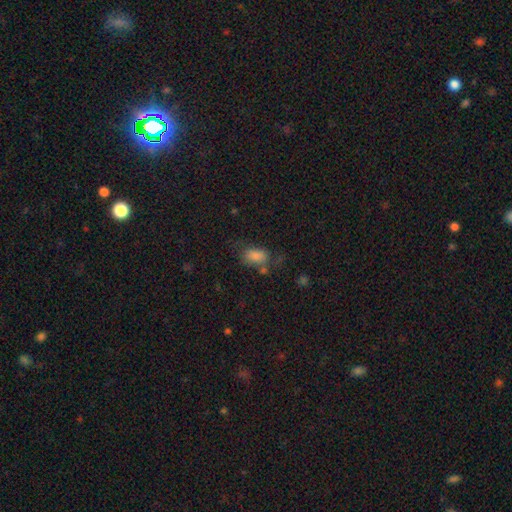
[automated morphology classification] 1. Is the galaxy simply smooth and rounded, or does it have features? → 79% smooth, 13% star or artifact, 9% featured or disk.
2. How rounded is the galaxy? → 87% in between, 10% round, 3% cigar-shaped.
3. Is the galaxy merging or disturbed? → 54% none, 24% minor disturbance, 13% major disturbance, 9% merger.